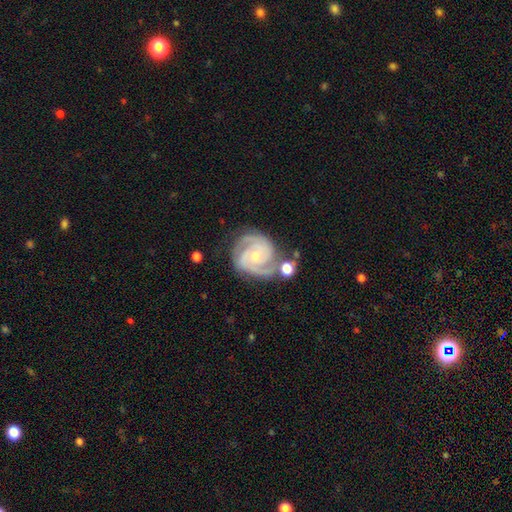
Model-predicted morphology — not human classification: Overall: featured or disk (91%). Edge-on disk: no (98%). Bar: no (66%; weak 27%). Spiral arms: yes (98%). Spiral arm count: 2 (51%; 3 33%). Spiral winding: tight (67%; medium 30%). Bulge size: small (57%; moderate 39%). Merging: none (67%).